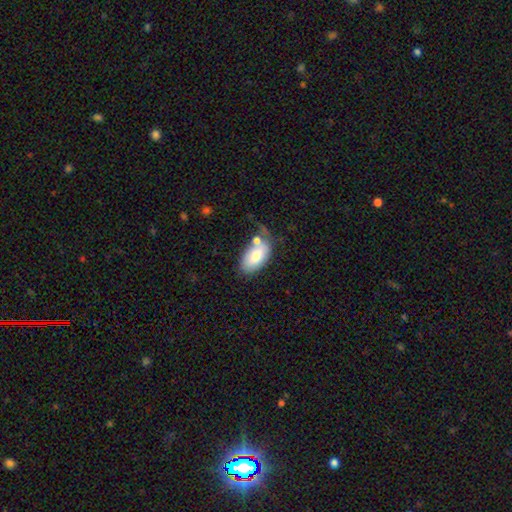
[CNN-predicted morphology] A smooth galaxy with no disk features (73%) that is in between round and cigar-shaped (94%). Merging: none (50%).